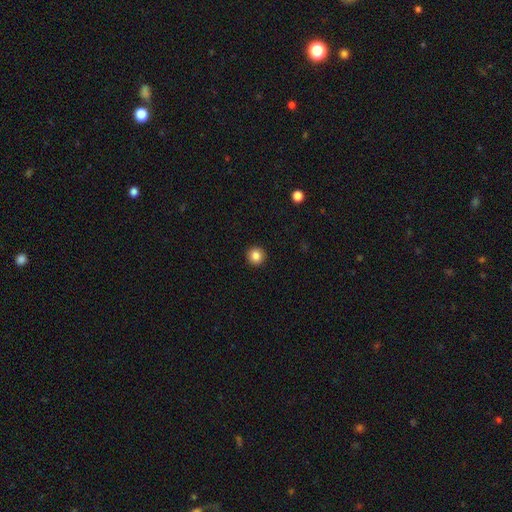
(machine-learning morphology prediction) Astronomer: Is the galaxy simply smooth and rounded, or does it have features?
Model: smooth — 86%.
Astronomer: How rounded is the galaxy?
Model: round — 96%.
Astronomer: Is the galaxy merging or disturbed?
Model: none — 94%.